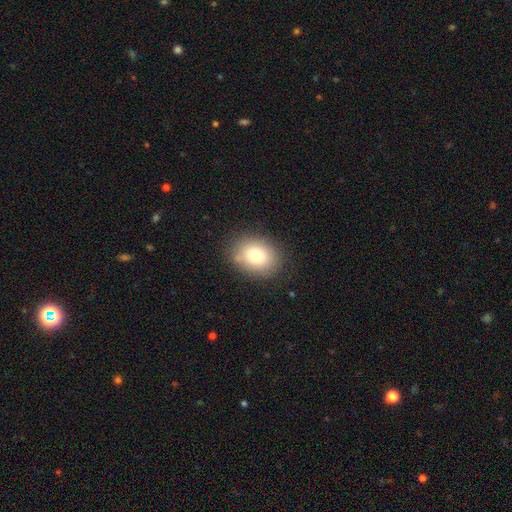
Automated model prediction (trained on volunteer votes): This is likely a smooth galaxy (77%). How rounded: possibly in between (51%). Merging: clearly none (82%).